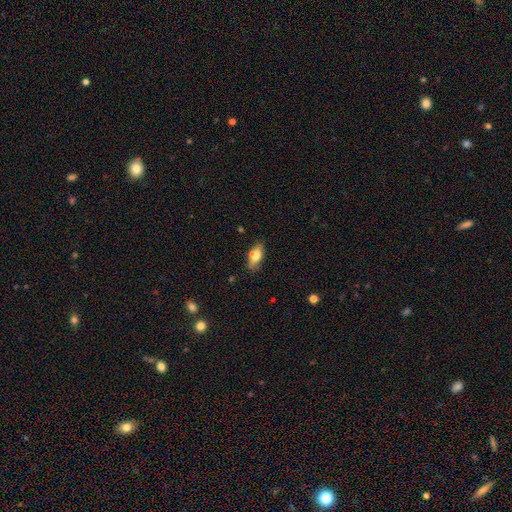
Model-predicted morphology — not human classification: A smooth galaxy with no disk features (69%) that is in between round and cigar-shaped (82%).

Vote fractions:
- Smooth or featured? smooth: 69% / featured or disk: 23% / star or artifact: 8%
- How rounded? in between: 82% / cigar-shaped: 14% / round: 4%
- Merging? none: 76% / minor disturbance: 17% / major disturbance: 4% / merger: 3%